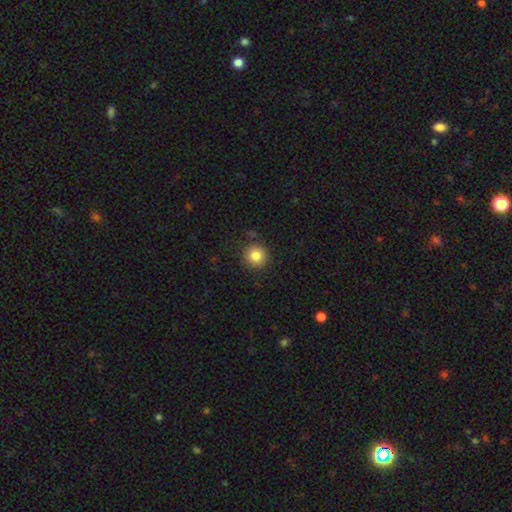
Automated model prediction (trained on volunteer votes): Overall: smooth (84%). How rounded: round (94%). Merging: none (88%).